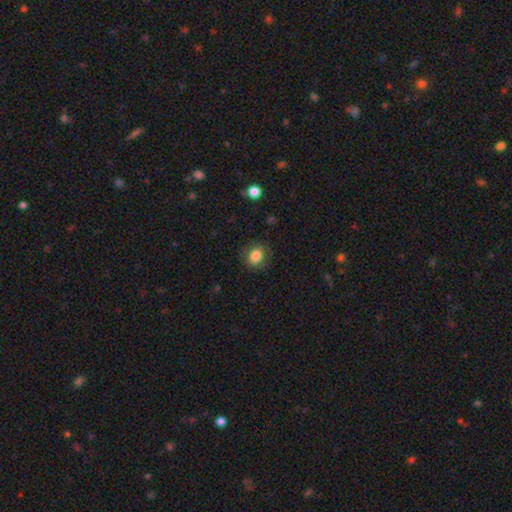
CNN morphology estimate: This appears to be a smooth galaxy with no disk features (83%) that is round (66%). Merging: none (81%).